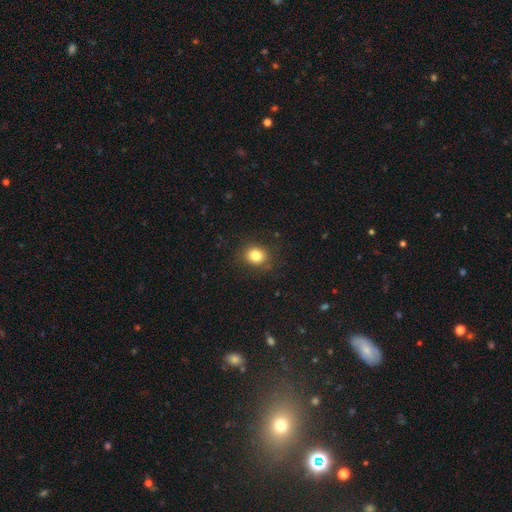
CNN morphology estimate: Smooth or featured? smooth (82%)
How rounded? round (71%)
Merging? none (86%)